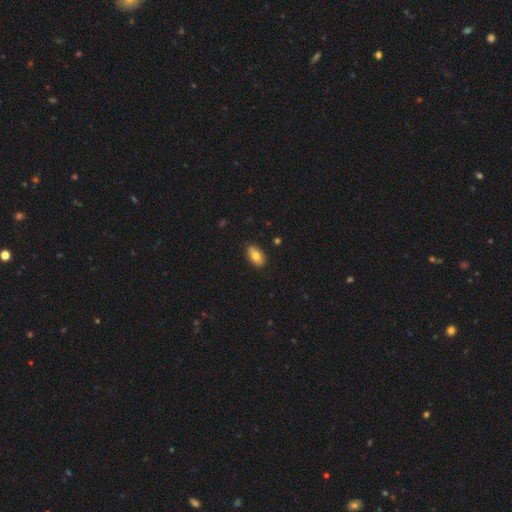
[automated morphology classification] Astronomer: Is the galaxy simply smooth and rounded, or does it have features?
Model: smooth — 79%.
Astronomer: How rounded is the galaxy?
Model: in between — 92%.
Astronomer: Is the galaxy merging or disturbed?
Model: none — 86%.